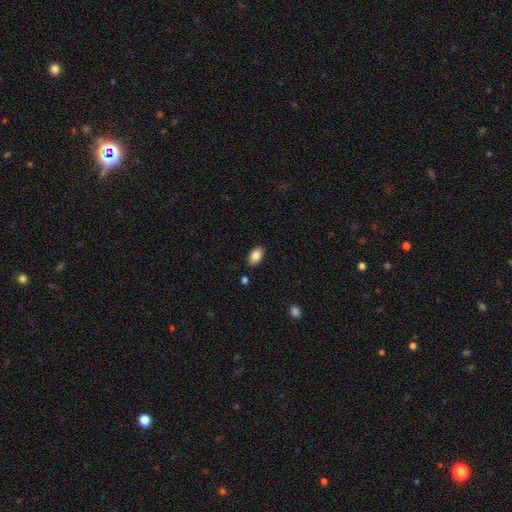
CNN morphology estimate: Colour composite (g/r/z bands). It shows a smooth galaxy with no disk features (87%) that is in between round and cigar-shaped (93%). Merging: none (86%).